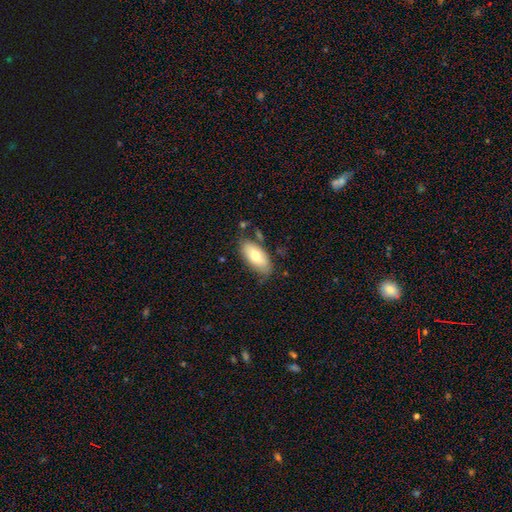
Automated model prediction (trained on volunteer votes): Smooth or featured? Predicted: smooth (p=0.68). How rounded? Predicted: in between (p=0.91). Merging? Predicted: none (p=0.70).